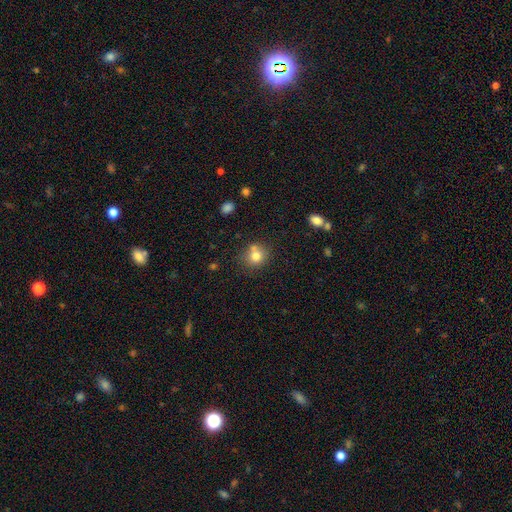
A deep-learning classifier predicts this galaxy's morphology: Smooth or featured? Predicted: smooth (p=0.78). How rounded? Predicted: round (p=0.80). Merging? Predicted: none (p=0.62).